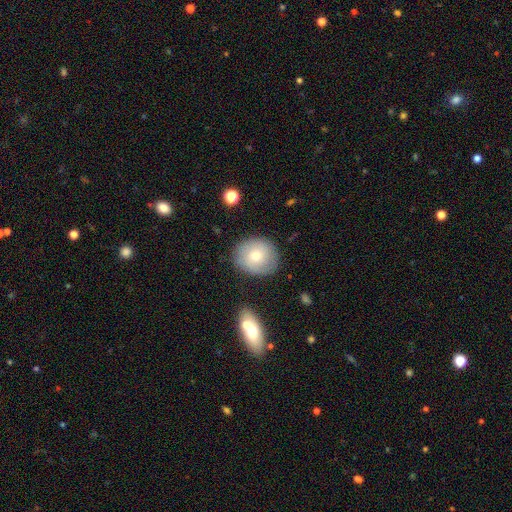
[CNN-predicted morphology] The model was most divided on "smooth or featured": smooth: 70%, featured or disk: 21%, star or artifact: 9%. More confident: merging — none (83%); how rounded — round (82%).